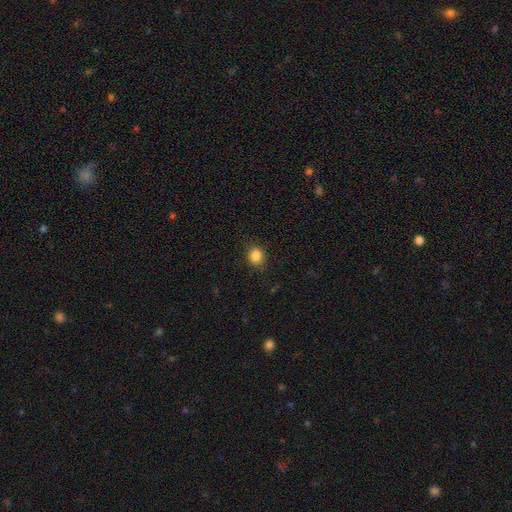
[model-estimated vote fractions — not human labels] Smooth or featured: smooth — 86% (star or artifact — 10%)
How rounded: round — 61% (in between — 38%)
Merging: none — 85% (minor disturbance — 11%)